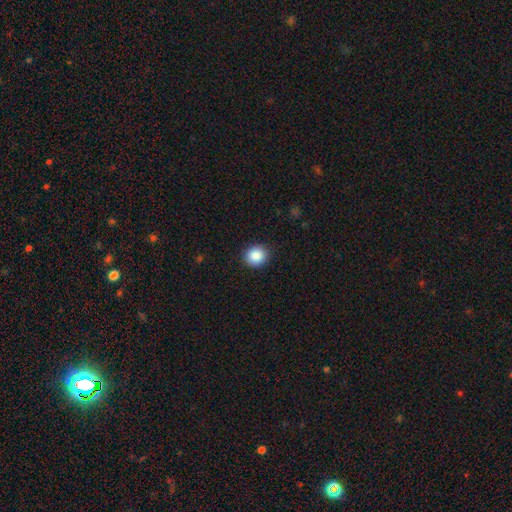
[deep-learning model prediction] Q: Smooth or featured?
A: smooth (88%); runner-up: star or artifact (9%)
Q: How rounded?
A: round (85%); runner-up: in between (14%)
Q: Merging?
A: none (91%); runner-up: minor disturbance (6%)